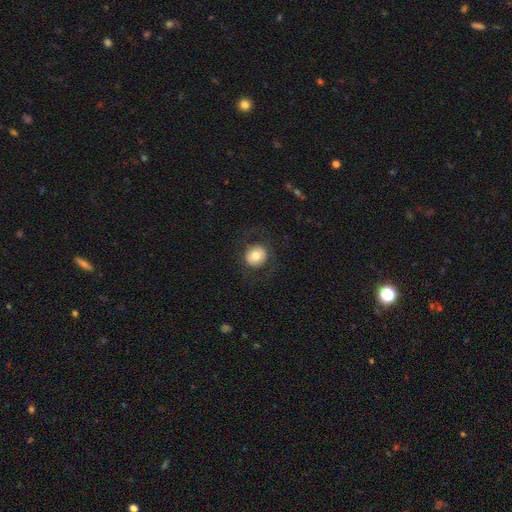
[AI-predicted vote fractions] Smooth or featured: smooth — 69% (featured or disk — 22%)
How rounded: round — 86% (in between — 13%)
Merging: none — 80% (major disturbance — 9%)